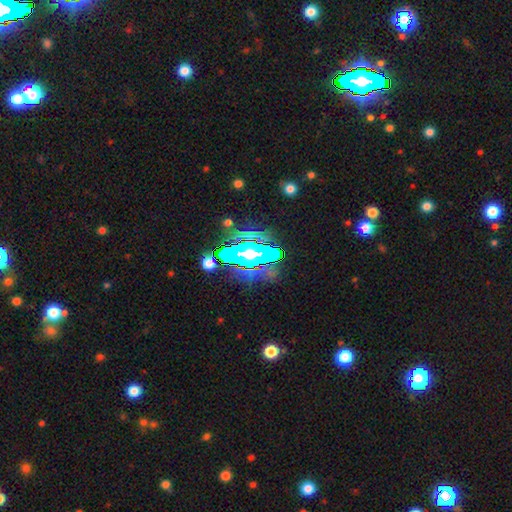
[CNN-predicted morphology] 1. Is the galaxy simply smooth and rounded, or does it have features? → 54% star or artifact, 24% featured or disk, 22% smooth.